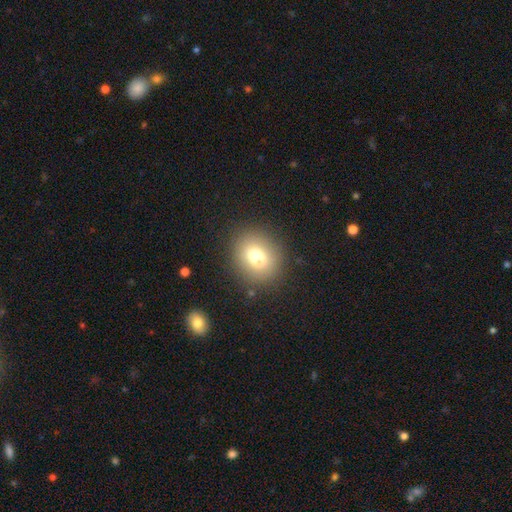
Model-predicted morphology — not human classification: The model was most divided on "how rounded": round: 61%, in between: 37%, cigar-shaped: 1%. More confident: merging — none (77%); smooth or featured — smooth (73%).